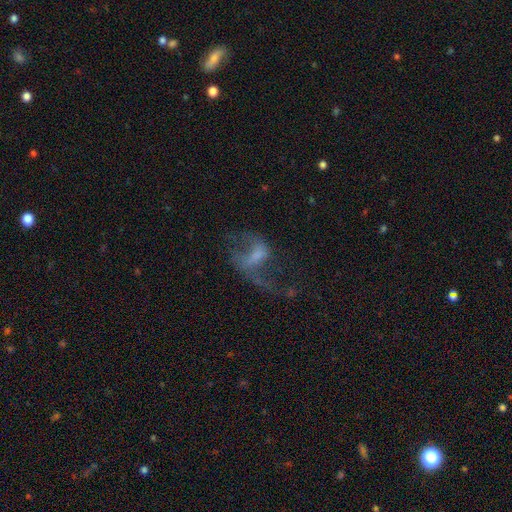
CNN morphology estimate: A featured or disk galaxy (65%) with a weak bar (42%), spiral arms (69%) and no central bulge (41%).

Vote fractions:
- Smooth or featured? featured or disk: 65% / smooth: 22% / star or artifact: 13%
- Edge-on disk? no: 96% / yes: 4%
- Bar? weak: 42% / no: 41% / strong: 17%
- Spiral arms? yes: 69% / no: 31%
- Bulge size? none: 41% / small: 27% / moderate: 23% / large: 7% / dominant: 2%
- Merging? major disturbance: 50% / none: 30% / minor disturbance: 15% / merger: 5%